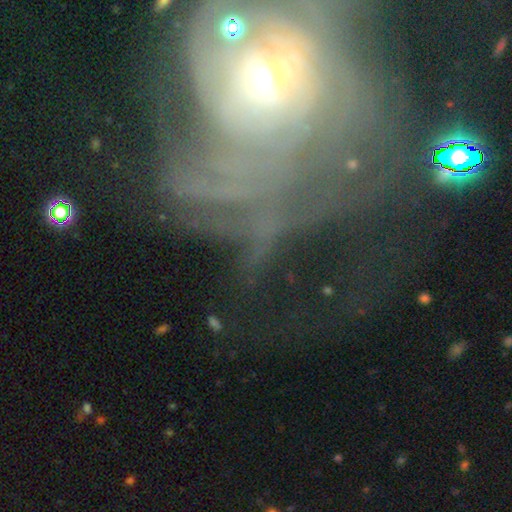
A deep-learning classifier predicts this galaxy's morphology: This is possibly a featured or disk galaxy (53%). It is clearly not viewed edge-on (84%). Merging: likely none (64%).